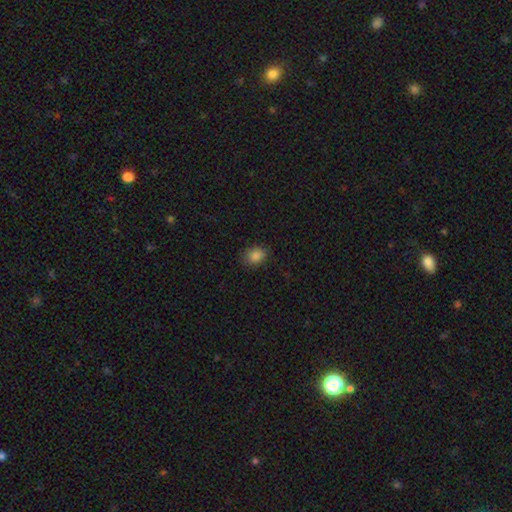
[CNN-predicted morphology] The model was most divided on "how rounded": in between: 59%, round: 40%, cigar-shaped: 1%. More confident: smooth or featured — smooth (84%); merging — none (83%).